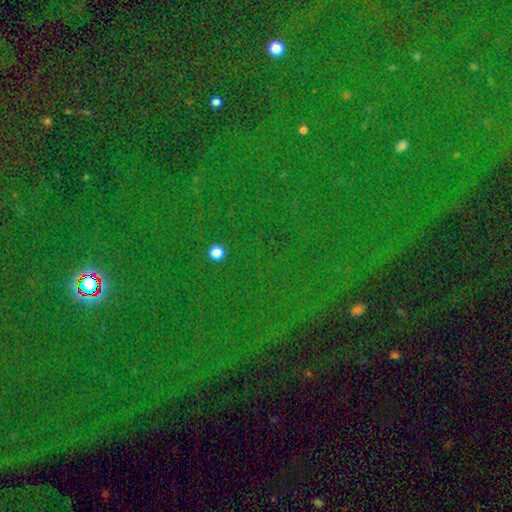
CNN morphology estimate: This is clearly a star or artifact rather than a galaxy (85%).